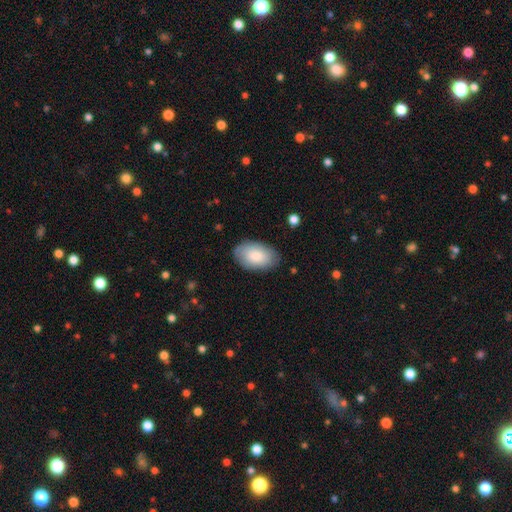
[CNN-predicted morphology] Smooth or featured?
  - smooth: 85% *
  - featured or disk: 10%
  - star or artifact: 5%
How rounded?
  - in between: 94% *
  - round: 5%
  - cigar-shaped: 1%
Merging?
  - none: 84% *
  - minor disturbance: 12%
  - major disturbance: 3%
  - merger: 1%